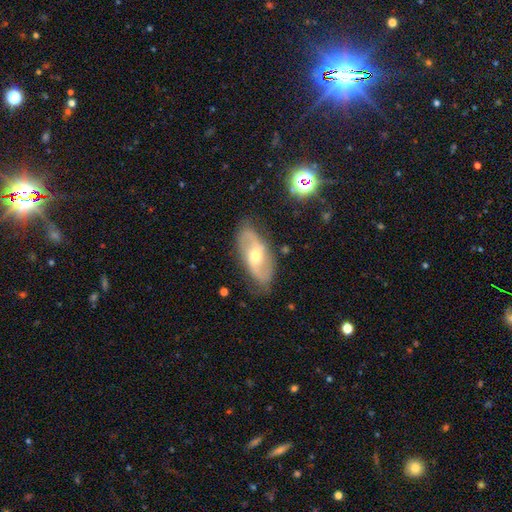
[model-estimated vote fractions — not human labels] featured or disk 76%, smooth 17%, star or artifact 7%. Down the decision tree: edge-on disk — no (91%); bar — weak (44%); spiral arms — yes (89%); spiral arm count — 2 (87%); spiral winding — loose (45%); bulge size — moderate (65%); merging — none (80%).